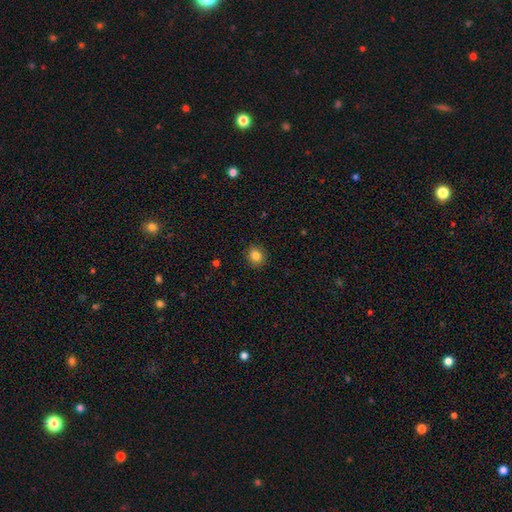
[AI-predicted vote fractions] Morphology: type=smooth (83%); roundness=round (79%); merging=none (90%).